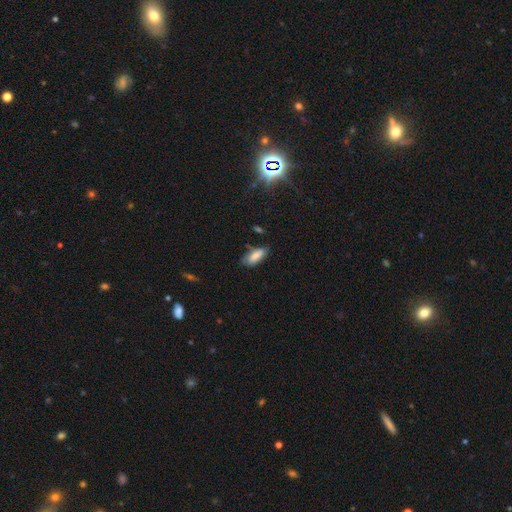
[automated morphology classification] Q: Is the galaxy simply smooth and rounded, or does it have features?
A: smooth — 82%.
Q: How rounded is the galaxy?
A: in between — 78%.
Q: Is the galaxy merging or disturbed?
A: none — 64%.